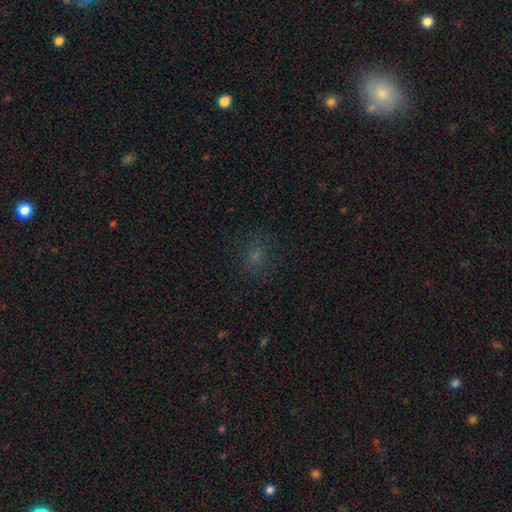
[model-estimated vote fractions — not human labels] A smooth galaxy with no disk features (55%) that is round (74%).

Vote fractions:
- Smooth or featured? smooth: 55% / star or artifact: 33% / featured or disk: 11%
- How rounded? round: 74% / in between: 24% / cigar-shaped: 1%
- Merging? none: 80% / minor disturbance: 13% / major disturbance: 6% / merger: 2%